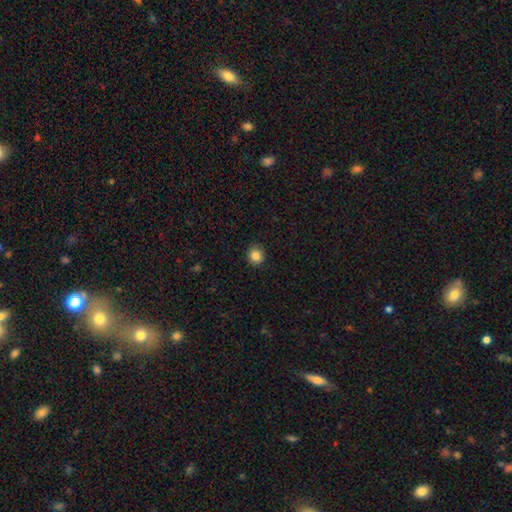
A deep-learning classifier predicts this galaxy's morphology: Smooth or featured?
  - smooth: 86% *
  - star or artifact: 10%
  - featured or disk: 4%
How rounded?
  - round: 86% *
  - in between: 13%
  - cigar-shaped: 1%
Merging?
  - none: 88% *
  - minor disturbance: 9%
  - major disturbance: 2%
  - merger: 1%